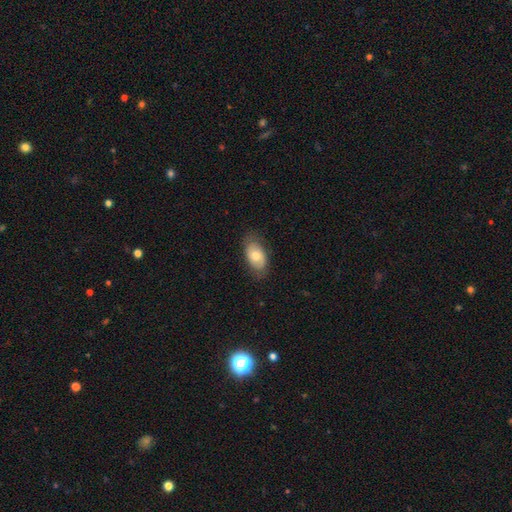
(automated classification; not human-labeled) The model was most divided on "smooth or featured": smooth: 66%, featured or disk: 27%, star or artifact: 6%. More confident: how rounded — in between (92%); merging — none (76%).